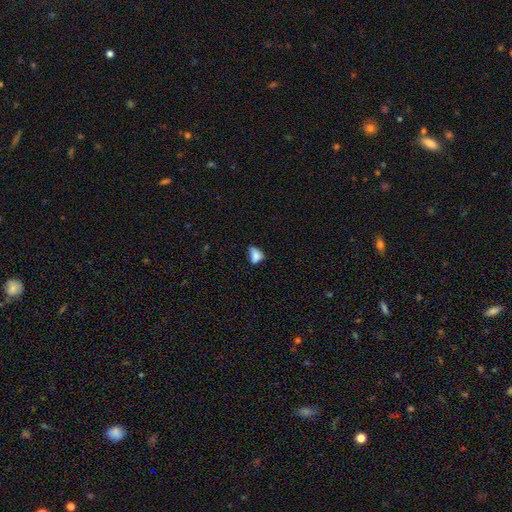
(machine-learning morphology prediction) A smooth galaxy with no disk features (77%) that is in between round and cigar-shaped (74%). Merging: minor disturbance (40%).